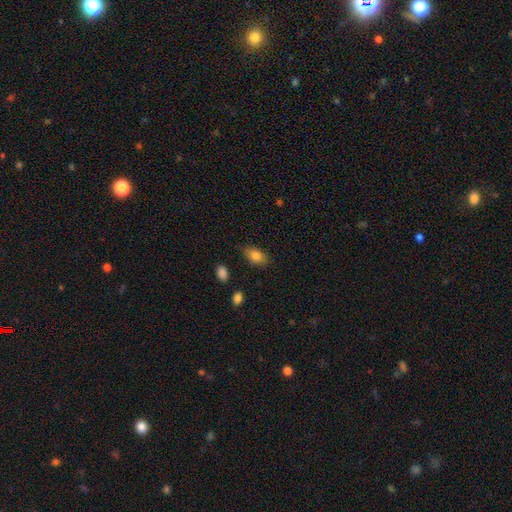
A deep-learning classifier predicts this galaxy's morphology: smooth_or_featured: smooth (p=0.82) [alt: featured or disk p=0.10]
how_rounded: in between (p=0.90) [alt: round p=0.07]
merging: none (p=0.82) [alt: minor disturbance p=0.13]